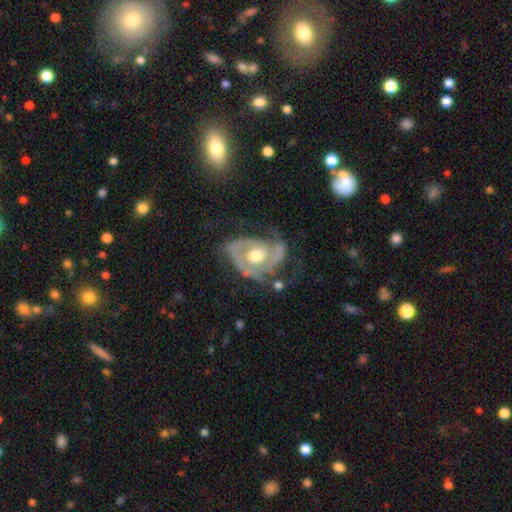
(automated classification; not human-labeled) featured or disk 83%, smooth 12%, star or artifact 5%. Down the decision tree: edge-on disk — no (97%); bar — no (79%); spiral arms — yes (84%); spiral arm count — 2 (42%); spiral winding — tight (49%); bulge size — moderate (75%); merging — none (44%).